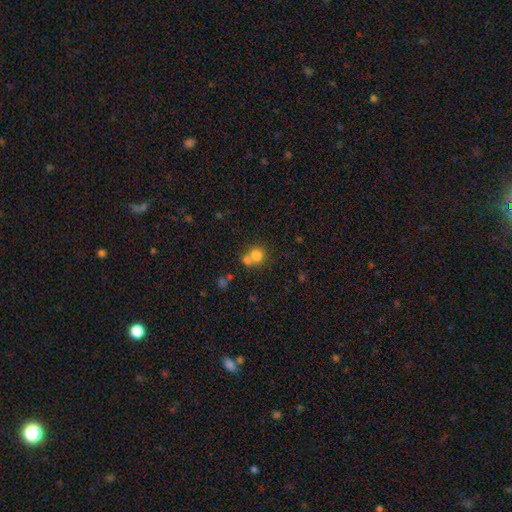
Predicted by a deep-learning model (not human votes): Q: Smooth or featured?
A: smooth (77%); runner-up: star or artifact (12%)
Q: How rounded?
A: round (83%); runner-up: in between (16%)
Q: Merging?
A: merger (45%); runner-up: none (44%)